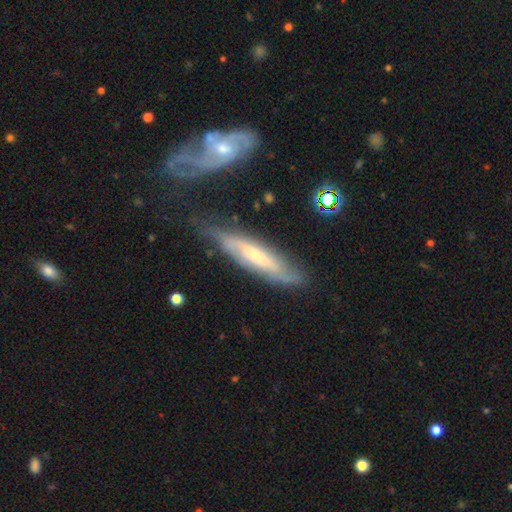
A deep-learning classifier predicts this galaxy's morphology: Smooth or featured: featured or disk — 63% (smooth — 30%)
Edge-on disk: no — 55% (yes — 45%)
Merging: none — 63% (minor disturbance — 23%)